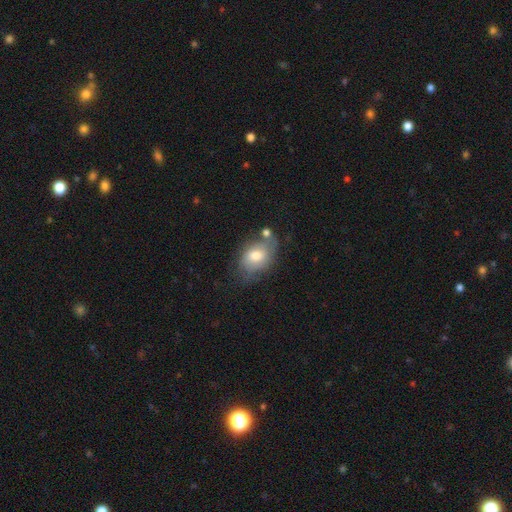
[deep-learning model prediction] Morphology: type=smooth (67%); roundness=in between (77%); merging=none (50%).